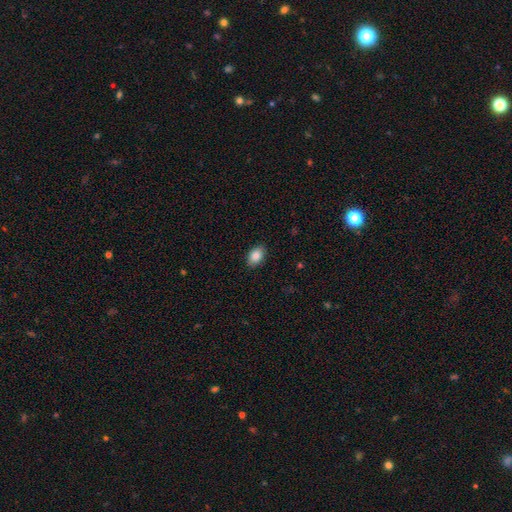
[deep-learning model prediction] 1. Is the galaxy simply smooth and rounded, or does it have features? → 87% smooth, 7% star or artifact, 6% featured or disk.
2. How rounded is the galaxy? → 89% in between, 10% round, 1% cigar-shaped.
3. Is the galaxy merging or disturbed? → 88% none, 9% minor disturbance, 2% major disturbance, 1% merger.